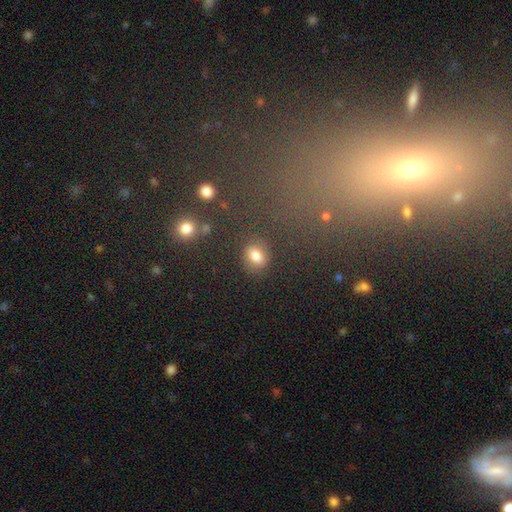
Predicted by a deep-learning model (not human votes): smooth 78%, star or artifact 13%, featured or disk 9%. Down the decision tree: how rounded — in between (61%); merging — none (80%).